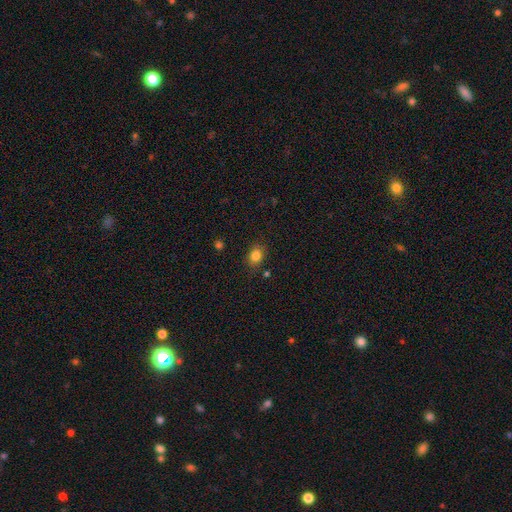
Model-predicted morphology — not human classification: Smooth or featured? Predicted: smooth (p=0.83). How rounded? Predicted: in between (p=0.55). Merging? Predicted: none (p=0.83).